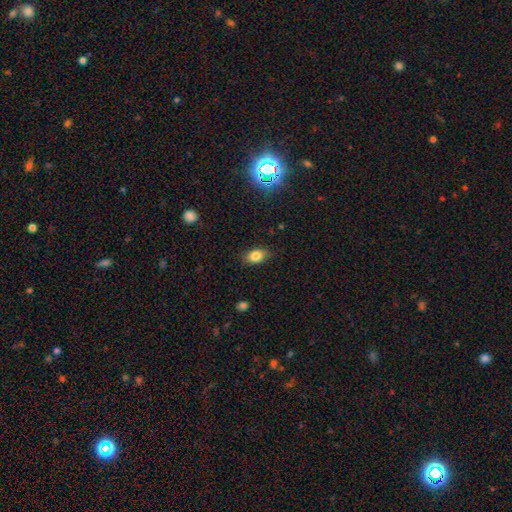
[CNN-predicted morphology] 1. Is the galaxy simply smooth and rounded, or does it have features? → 82% smooth, 10% star or artifact, 8% featured or disk.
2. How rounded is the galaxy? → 87% in between, 10% round, 2% cigar-shaped.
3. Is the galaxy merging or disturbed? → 84% none, 12% minor disturbance, 3% major disturbance, 1% merger.